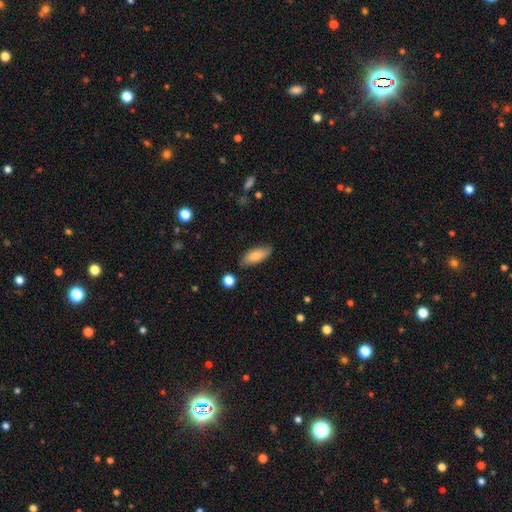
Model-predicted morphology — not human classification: type=smooth (78%); roundness=in between (76%); merging=none (83%).